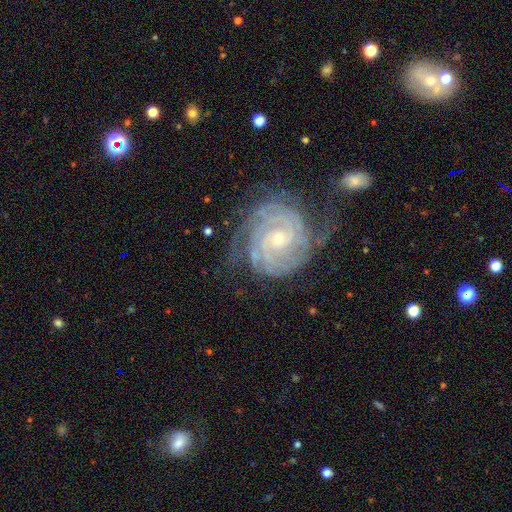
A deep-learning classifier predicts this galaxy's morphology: type=featured or disk (88%); edge-on=no (97%); bar=no (70%); spiral arms=yes (97%); winding=tight (78%); arm count=can't tell (28%); bulge=small (72%); merging=none (62%).